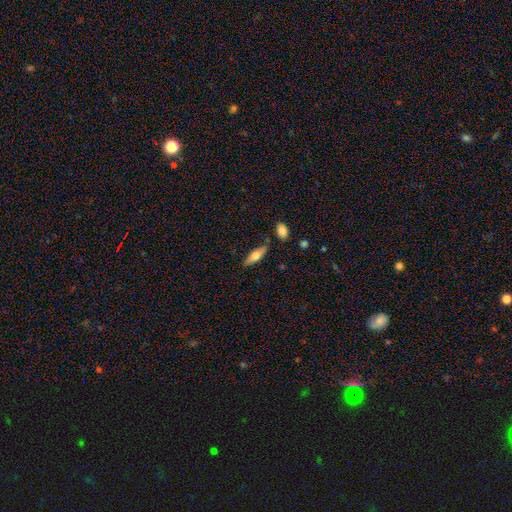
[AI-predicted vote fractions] A smooth galaxy with no disk features (59%) that is in between round and cigar-shaped (51%).

Vote fractions:
- Smooth or featured? smooth: 59% / featured or disk: 35% / star or artifact: 6%
- How rounded? in between: 51% / cigar-shaped: 46% / round: 2%
- Merging? none: 80% / minor disturbance: 13% / merger: 4% / major disturbance: 3%